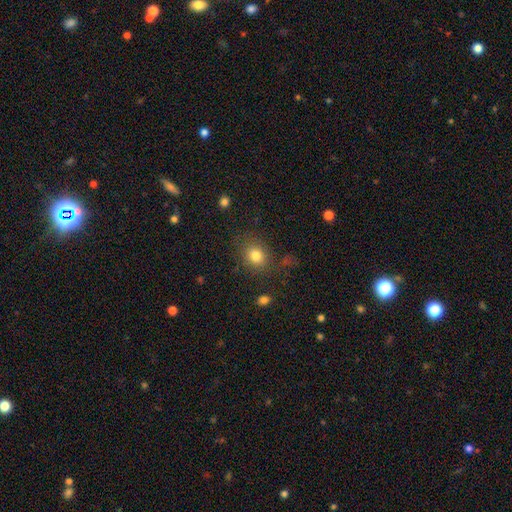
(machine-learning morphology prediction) A smooth galaxy with no disk features (81%) that is round (68%).

Vote fractions:
- Smooth or featured? smooth: 81% / star or artifact: 12% / featured or disk: 8%
- How rounded? round: 68% / in between: 31% / cigar-shaped: 1%
- Merging? none: 78% / minor disturbance: 13% / major disturbance: 6% / merger: 3%